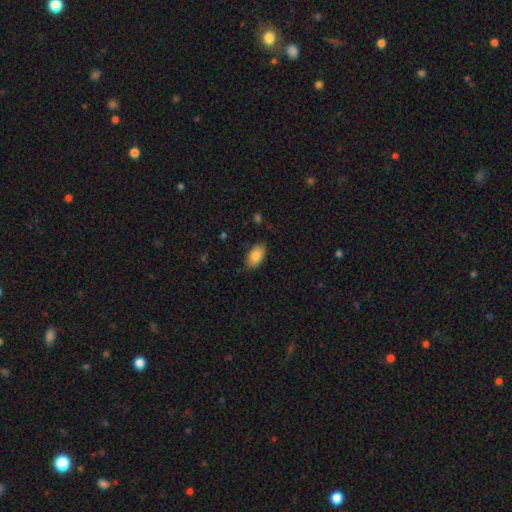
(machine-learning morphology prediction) Smooth or featured: smooth — 87% (star or artifact — 7%)
How rounded: in between — 93% (round — 5%)
Merging: none — 84% (minor disturbance — 12%)